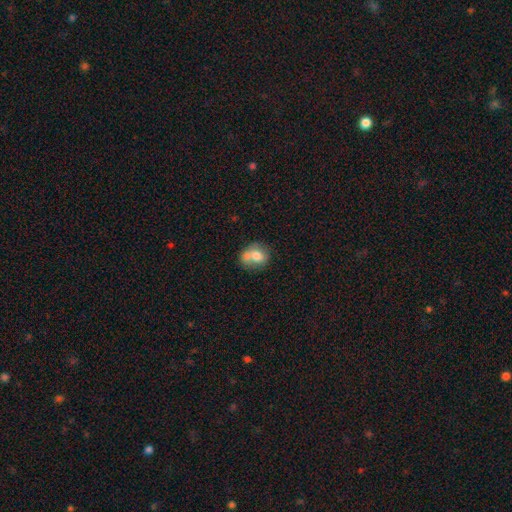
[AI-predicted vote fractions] Q: Smooth or featured?
A: smooth (69%); runner-up: featured or disk (22%)
Q: How rounded?
A: round (56%); runner-up: in between (43%)
Q: Merging?
A: merger (41%); runner-up: none (34%)